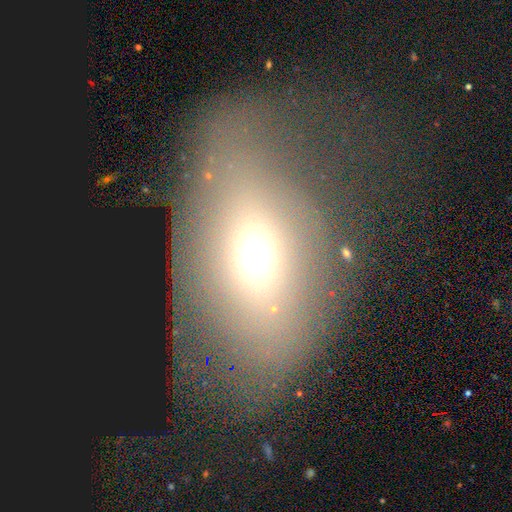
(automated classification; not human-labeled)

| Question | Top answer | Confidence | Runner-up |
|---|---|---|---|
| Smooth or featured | smooth | 50% | featured or disk (32%) |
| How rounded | in between | 67% | round (30%) |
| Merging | major disturbance | 39% | none (38%) |